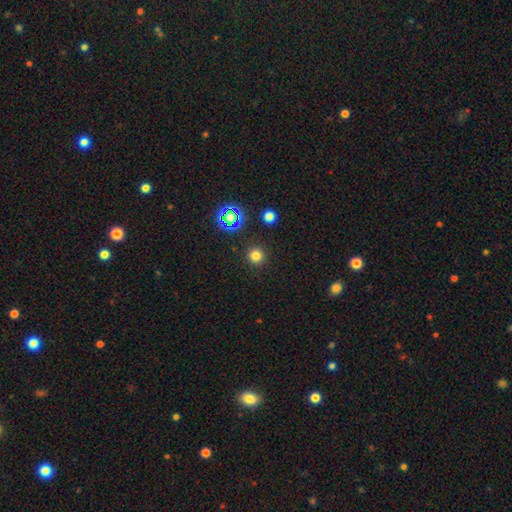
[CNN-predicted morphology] type=smooth (76%); roundness=round (95%); merging=none (91%).